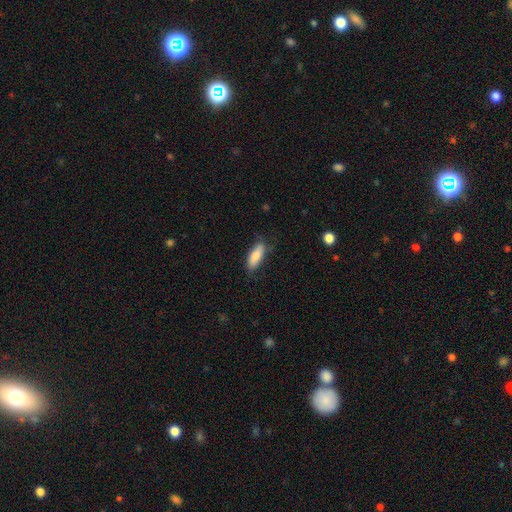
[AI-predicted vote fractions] Smooth or featured? Predicted: smooth (p=0.81). How rounded? Predicted: in between (p=0.66). Merging? Predicted: none (p=0.75).